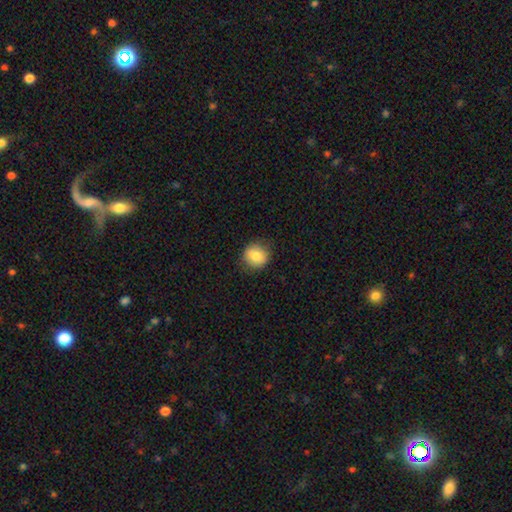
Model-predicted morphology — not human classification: The model was most divided on "how rounded": round: 83%, in between: 16%, cigar-shaped: 1%. More confident: merging — none (84%); smooth or featured — smooth (80%).